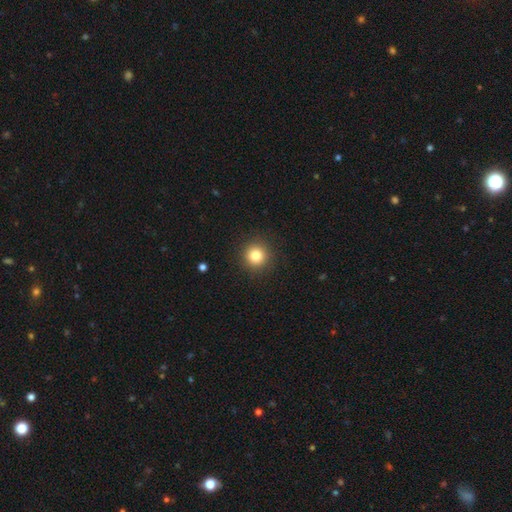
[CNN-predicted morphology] smooth-or-featured: smooth: 82% | star or artifact: 11% | featured or disk: 6%
  how-rounded: round: 94% | in between: 5% | cigar-shaped: 1%
  merging: none: 91% | minor disturbance: 6% | major disturbance: 2% | merger: 1%